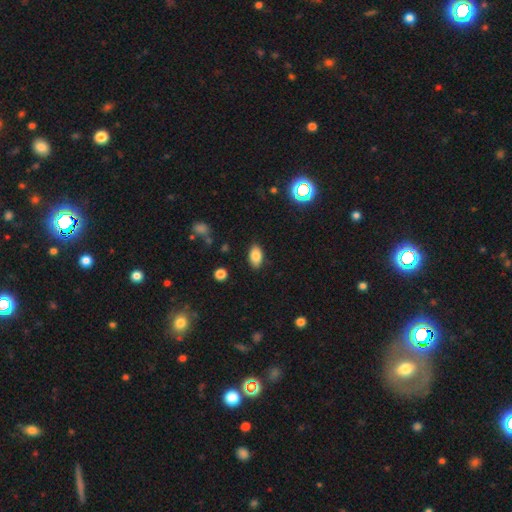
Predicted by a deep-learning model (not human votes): Morphology: type=smooth (83%); roundness=in between (92%); merging=none (86%).